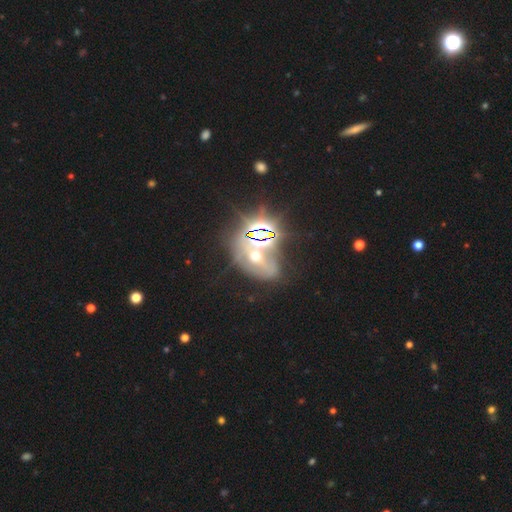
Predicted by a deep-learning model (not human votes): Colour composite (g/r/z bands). It shows a star or artifact, not a galaxy (50%).